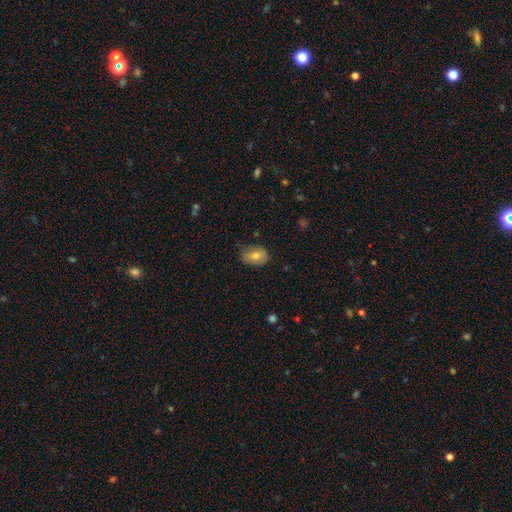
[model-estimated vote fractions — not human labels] Smooth or featured? Predicted: smooth (p=0.75). How rounded? Predicted: in between (p=0.74). Merging? Predicted: none (p=0.72).